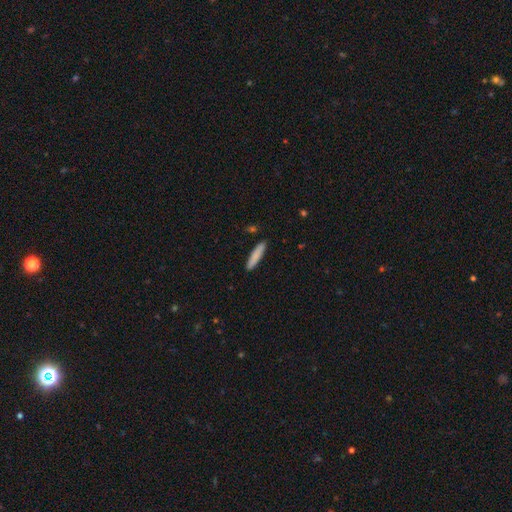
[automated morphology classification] Q: Smooth or featured?
A: smooth (84%); runner-up: featured or disk (10%)
Q: How rounded?
A: cigar-shaped (87%); runner-up: in between (12%)
Q: Merging?
A: none (90%); runner-up: minor disturbance (7%)